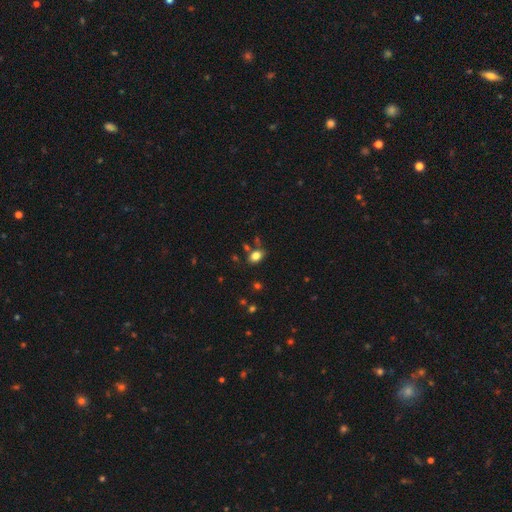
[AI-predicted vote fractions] smooth-or-featured: smooth: 81% | star or artifact: 12% | featured or disk: 7%
  how-rounded: in between: 80% | round: 19% | cigar-shaped: 1%
  merging: none: 73% | minor disturbance: 14% | merger: 9% | major disturbance: 4%